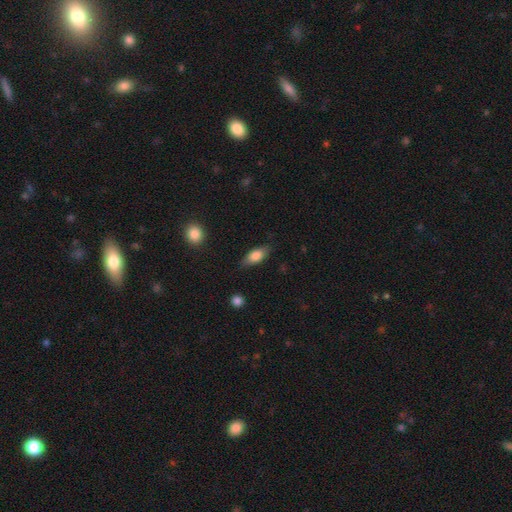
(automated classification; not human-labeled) The model was most divided on "smooth or featured": smooth: 74%, featured or disk: 19%, star or artifact: 7%. More confident: how rounded — in between (80%); merging — none (78%).